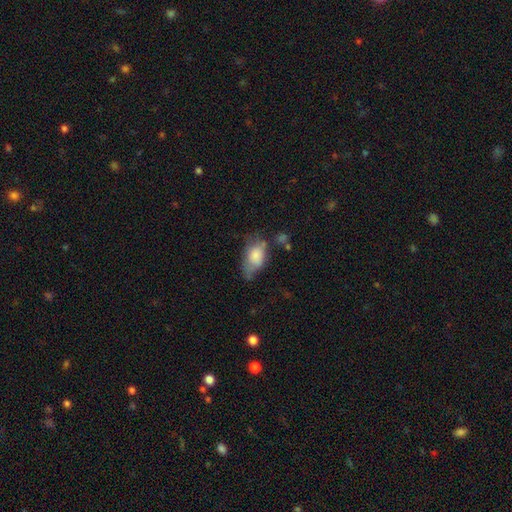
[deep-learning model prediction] Smooth or featured: smooth — 72% (featured or disk — 20%)
How rounded: in between — 89% (round — 8%)
Merging: minor disturbance — 35% (none — 34%)